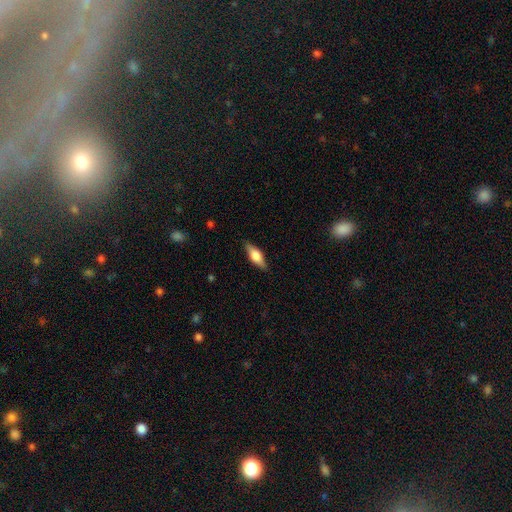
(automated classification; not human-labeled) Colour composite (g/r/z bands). It shows a smooth galaxy with no disk features (53%) that is in between round and cigar-shaped (64%). Merging: none (86%).